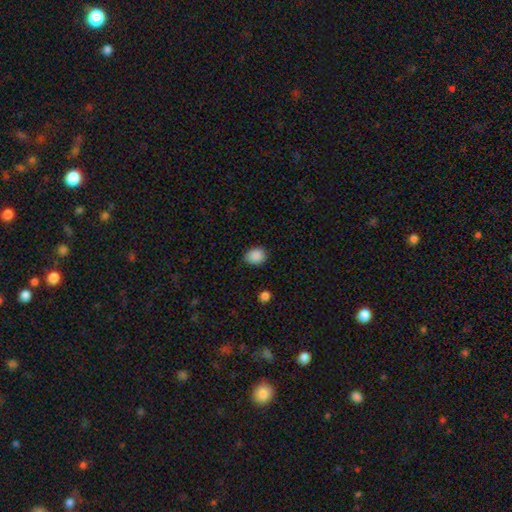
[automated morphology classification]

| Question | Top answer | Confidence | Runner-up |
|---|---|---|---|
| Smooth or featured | smooth | 88% | star or artifact (9%) |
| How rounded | round | 60% | in between (39%) |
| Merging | none | 80% | minor disturbance (15%) |